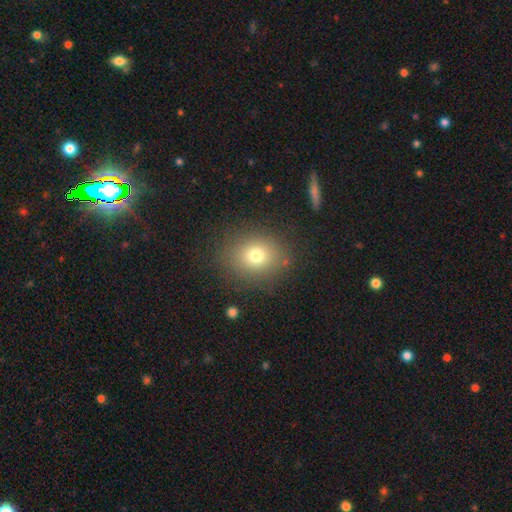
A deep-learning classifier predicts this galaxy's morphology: Smooth or featured?
  - smooth: 74% *
  - star or artifact: 15%
  - featured or disk: 11%
How rounded?
  - round: 67% *
  - in between: 32%
  - cigar-shaped: 1%
Merging?
  - none: 84% *
  - minor disturbance: 10%
  - major disturbance: 5%
  - merger: 2%